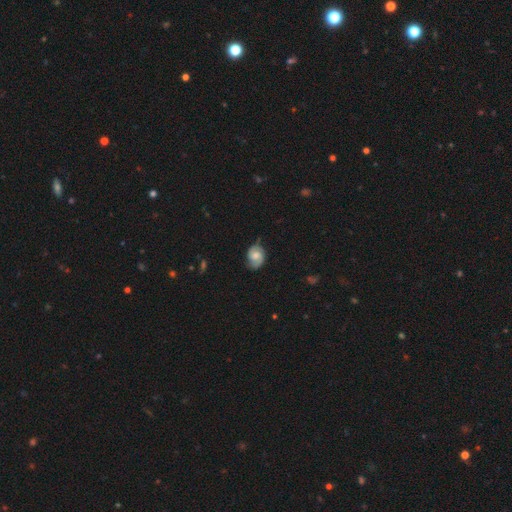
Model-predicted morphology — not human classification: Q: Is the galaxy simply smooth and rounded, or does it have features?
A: featured or disk — 64%.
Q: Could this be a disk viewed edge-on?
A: no — 97%.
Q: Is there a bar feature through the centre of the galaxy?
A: no — 54%.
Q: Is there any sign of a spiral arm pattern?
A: yes — 93%.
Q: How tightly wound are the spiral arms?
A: medium — 45%.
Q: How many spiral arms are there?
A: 2 — 87%.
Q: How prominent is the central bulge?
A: moderate — 50%.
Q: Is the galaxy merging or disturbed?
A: none — 74%.